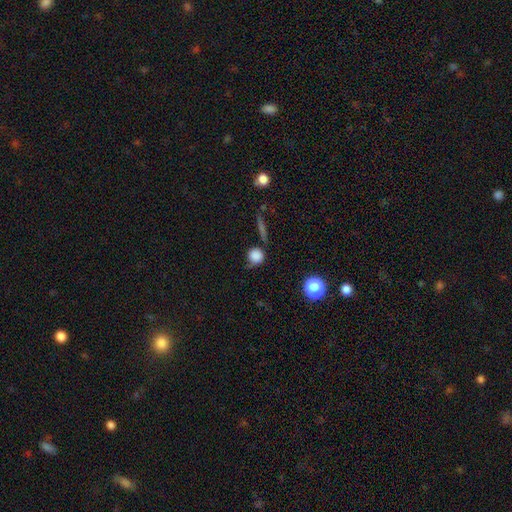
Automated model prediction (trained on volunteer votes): smooth 81%, star or artifact 12%, featured or disk 7%. Down the decision tree: how rounded — round (93%); merging — none (69%).